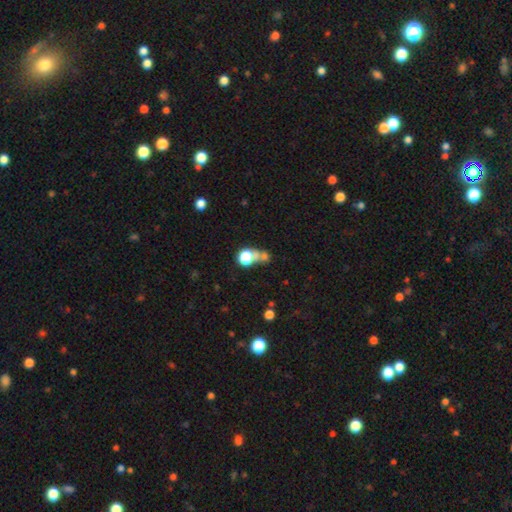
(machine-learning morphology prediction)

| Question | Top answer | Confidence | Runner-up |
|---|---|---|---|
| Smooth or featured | smooth | 57% | star or artifact (29%) |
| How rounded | round | 72% | in between (26%) |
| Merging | none | 40% | merger (38%) |